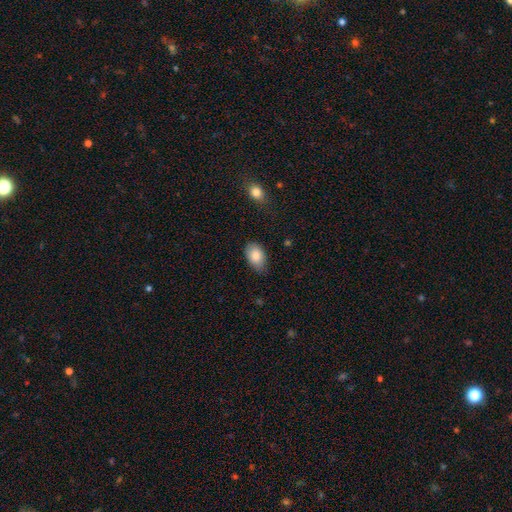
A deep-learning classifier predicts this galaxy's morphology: This appears to be a smooth galaxy with no disk features (85%) that is in between round and cigar-shaped (90%). Merging: none (73%).